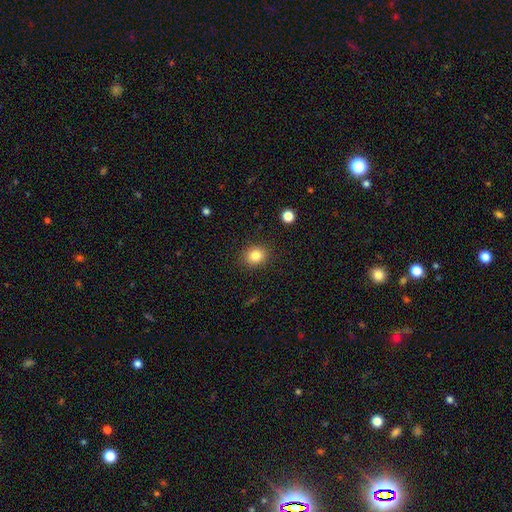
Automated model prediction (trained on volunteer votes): Q: Smooth or featured?
A: smooth (83%); runner-up: star or artifact (11%)
Q: How rounded?
A: round (69%); runner-up: in between (30%)
Q: Merging?
A: none (89%); runner-up: minor disturbance (7%)